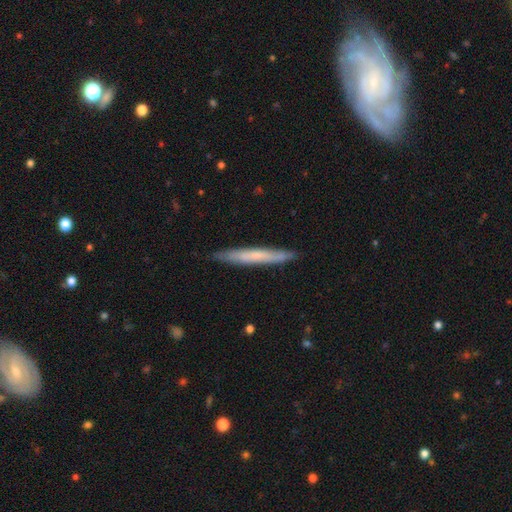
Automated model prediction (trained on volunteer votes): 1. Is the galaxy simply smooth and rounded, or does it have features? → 56% smooth, 39% featured or disk, 6% star or artifact.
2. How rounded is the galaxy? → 97% cigar-shaped, 2% in between, 1% round.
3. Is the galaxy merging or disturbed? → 88% none, 9% minor disturbance, 1% major disturbance, 1% merger.